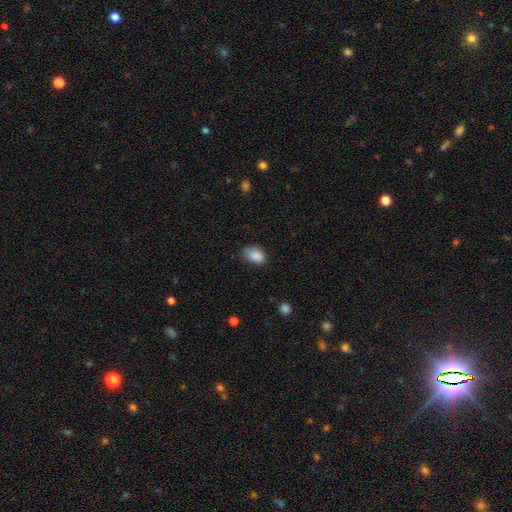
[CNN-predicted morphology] Smooth or featured?
  - smooth: 87% *
  - star or artifact: 8%
  - featured or disk: 5%
How rounded?
  - in between: 87% *
  - round: 12%
  - cigar-shaped: 1%
Merging?
  - none: 64% *
  - minor disturbance: 29%
  - major disturbance: 6%
  - merger: 2%